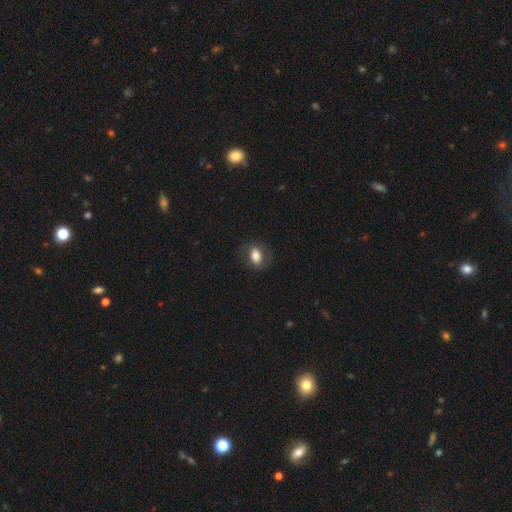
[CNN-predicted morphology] A smooth galaxy with no disk features (76%) that is in between round and cigar-shaped (77%).

Vote fractions:
- Smooth or featured? smooth: 76% / featured or disk: 16% / star or artifact: 8%
- How rounded? in between: 77% / round: 21% / cigar-shaped: 2%
- Merging? none: 80% / minor disturbance: 14% / major disturbance: 6% / merger: 1%